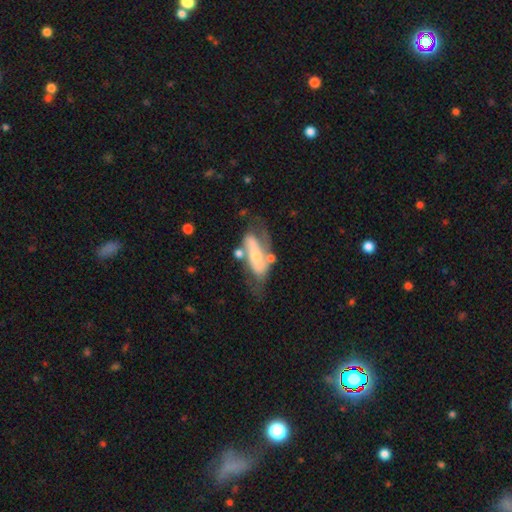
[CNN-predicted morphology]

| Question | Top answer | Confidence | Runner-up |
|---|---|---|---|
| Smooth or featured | featured or disk | 66% | smooth (27%) |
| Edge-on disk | no | 86% | yes (14%) |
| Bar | no | 49% | strong (27%) |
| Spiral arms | yes | 74% | no (26%) |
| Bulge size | small | 54% | moderate (36%) |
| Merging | none | 41% | minor disturbance (24%) |